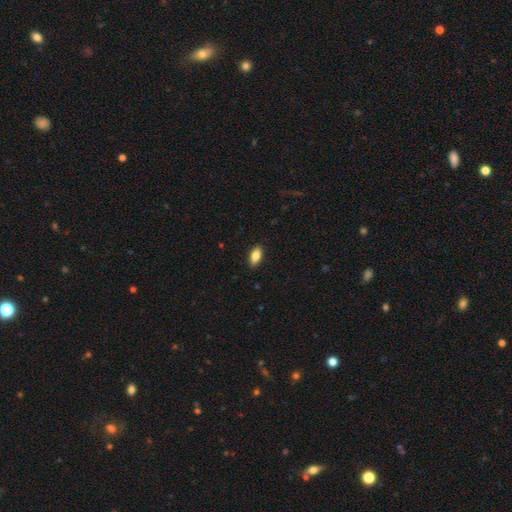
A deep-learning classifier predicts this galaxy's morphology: This appears to be a smooth galaxy with no disk features (82%) that is in between round and cigar-shaped (88%). Merging: none (89%).